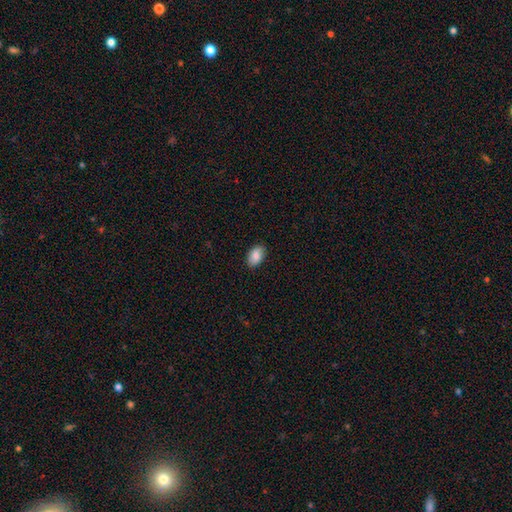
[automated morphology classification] Smooth or featured? Predicted: smooth (p=0.85). How rounded? Predicted: in between (p=0.91). Merging? Predicted: none (p=0.87).